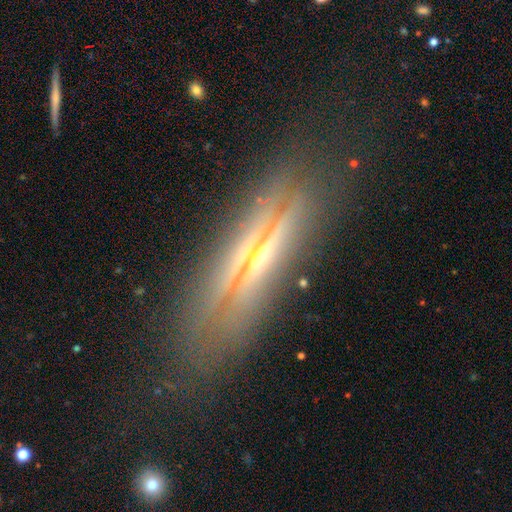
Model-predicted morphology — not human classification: type=featured or disk (77%); edge-on=yes (91%); edge-on bulge=rounded (84%); merging=none (74%).